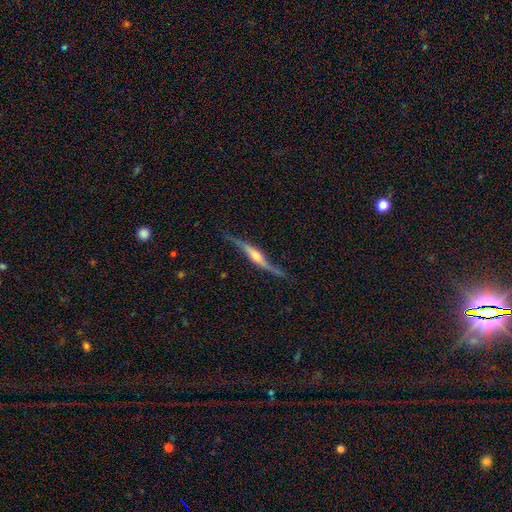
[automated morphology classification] The model was most divided on "merging": none: 70%, minor disturbance: 22%, major disturbance: 7%, merger: 2%. More confident: edge-on disk — yes (85%); smooth or featured — featured or disk (81%); edge-on bulge — rounded (74%).